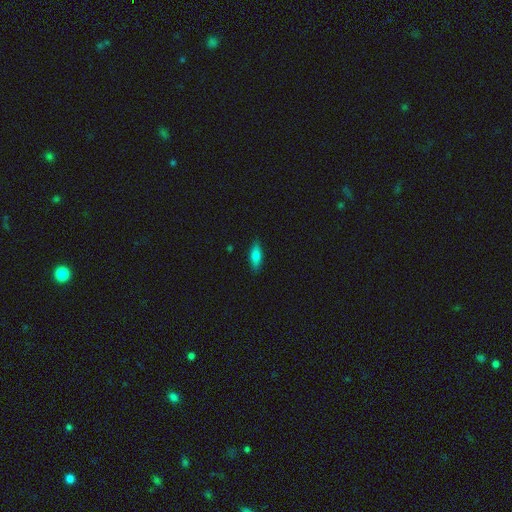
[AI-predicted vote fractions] Smooth or featured? Predicted: smooth (p=0.75). How rounded? Predicted: in between (p=0.63). Merging? Predicted: none (p=0.86).